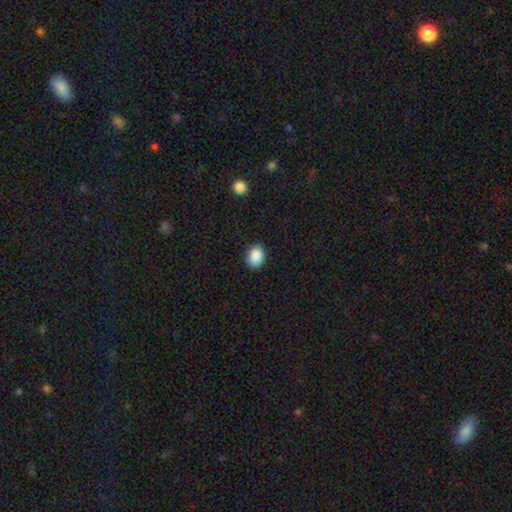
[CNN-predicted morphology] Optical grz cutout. It shows a smooth galaxy with no disk features (89%) that is in between round and cigar-shaped (71%). Merging: none (86%).